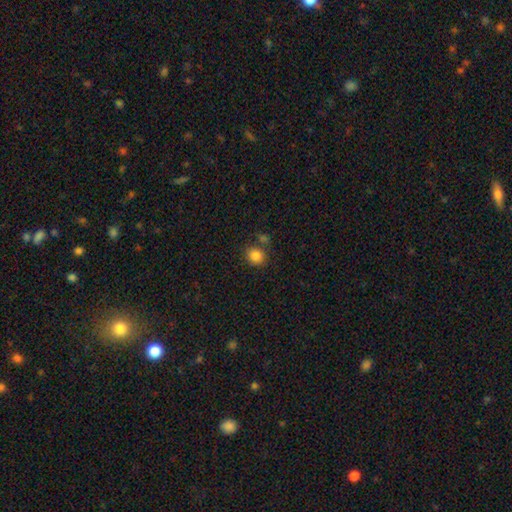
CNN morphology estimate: Q: Smooth or featured?
A: smooth (85%); runner-up: star or artifact (10%)
Q: How rounded?
A: round (78%); runner-up: in between (21%)
Q: Merging?
A: none (71%); runner-up: merger (13%)